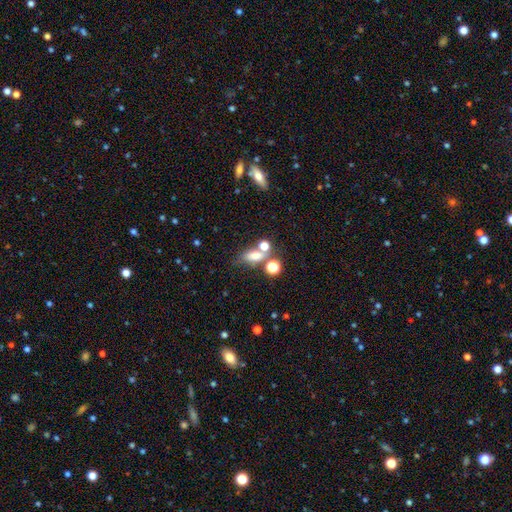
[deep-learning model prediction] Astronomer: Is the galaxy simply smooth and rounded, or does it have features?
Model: smooth — 67%.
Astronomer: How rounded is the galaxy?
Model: in between — 70%.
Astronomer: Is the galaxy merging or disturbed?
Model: none — 44% (runner-up: merger, 32%).